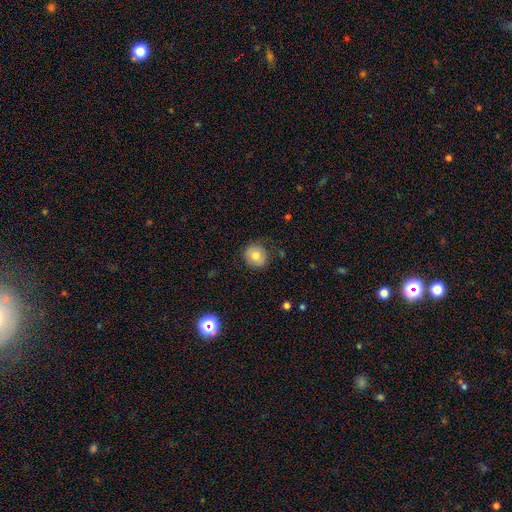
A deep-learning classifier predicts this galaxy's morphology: Smooth or featured: smooth — 76% (featured or disk — 15%)
How rounded: round — 90% (in between — 9%)
Merging: none — 82% (minor disturbance — 14%)